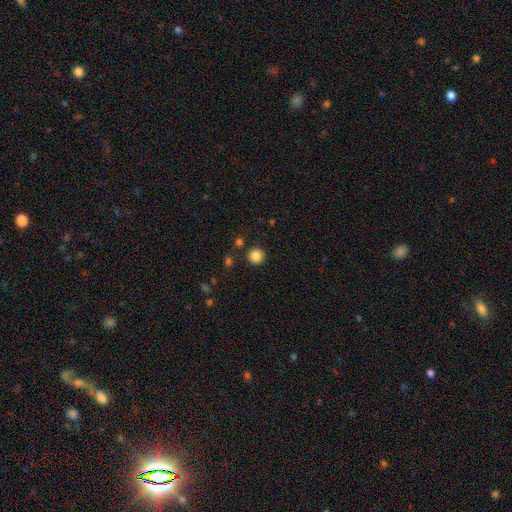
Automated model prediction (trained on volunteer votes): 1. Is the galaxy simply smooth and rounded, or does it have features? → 85% smooth, 11% star or artifact, 4% featured or disk.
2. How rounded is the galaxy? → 94% round, 5% in between, 1% cigar-shaped.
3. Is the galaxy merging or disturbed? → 88% none, 6% minor disturbance, 3% merger, 2% major disturbance.